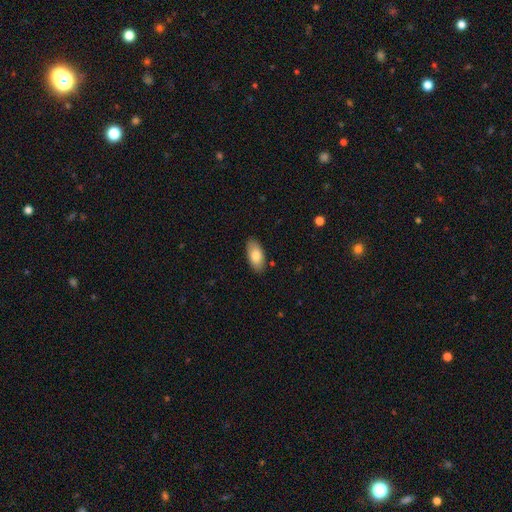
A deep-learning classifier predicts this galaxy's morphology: smooth_or_featured: smooth (p=0.83) [alt: featured or disk p=0.11]
how_rounded: in between (p=0.93) [alt: cigar-shaped p=0.05]
merging: none (p=0.86) [alt: minor disturbance p=0.11]